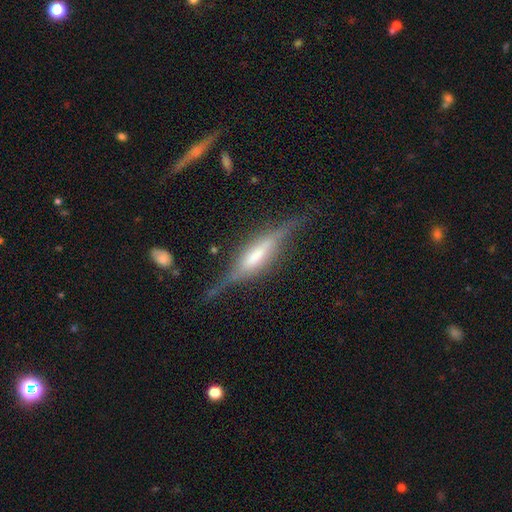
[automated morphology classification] This appears to be a featured or disk galaxy (74%) viewed edge-on (93%) with a boxy central bulge (53%). Merging: none (69%).